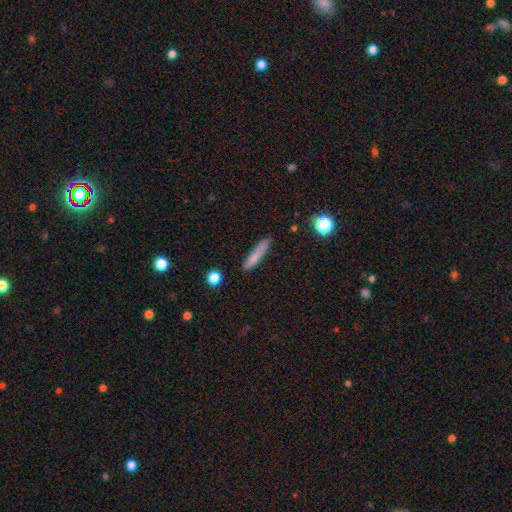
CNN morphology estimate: smooth-or-featured: smooth: 76% | featured or disk: 16% | star or artifact: 8%
  how-rounded: cigar-shaped: 87% | in between: 12% | round: 2%
  merging: none: 83% | minor disturbance: 12% | major disturbance: 3% | merger: 2%